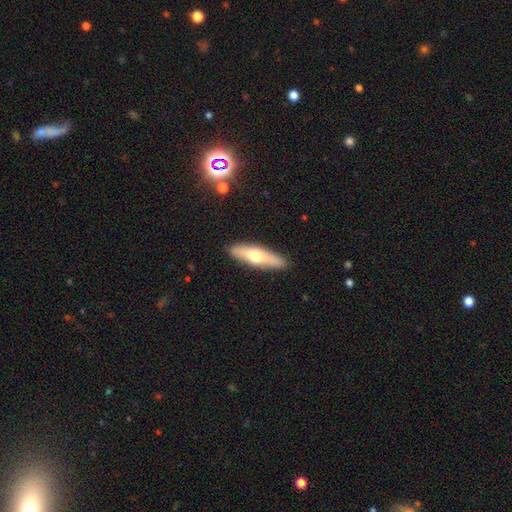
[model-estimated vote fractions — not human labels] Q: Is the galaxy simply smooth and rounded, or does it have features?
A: smooth — 56%.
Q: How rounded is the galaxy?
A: cigar-shaped — 62%.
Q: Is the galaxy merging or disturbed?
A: none — 88%.